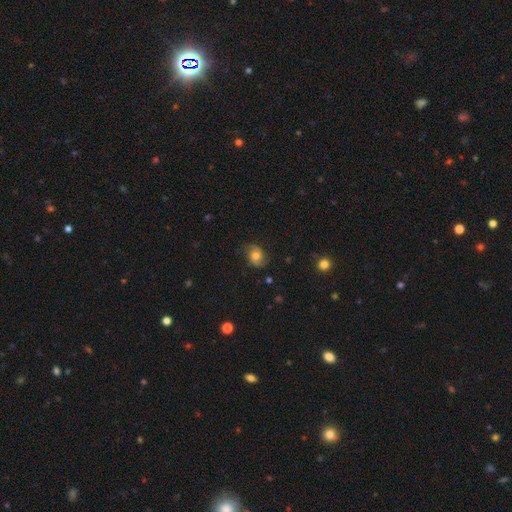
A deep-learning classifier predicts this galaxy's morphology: Smooth or featured? Predicted: featured or disk (p=0.48). Merging? Predicted: none (p=0.76).